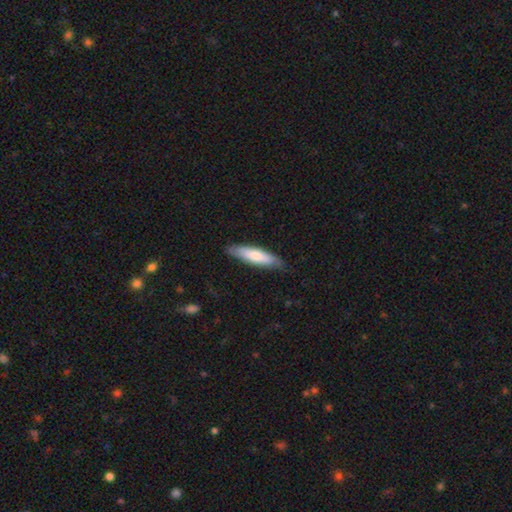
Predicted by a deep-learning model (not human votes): Smooth or featured? Predicted: smooth (p=0.71). How rounded? Predicted: cigar-shaped (p=0.68). Merging? Predicted: none (p=0.80).